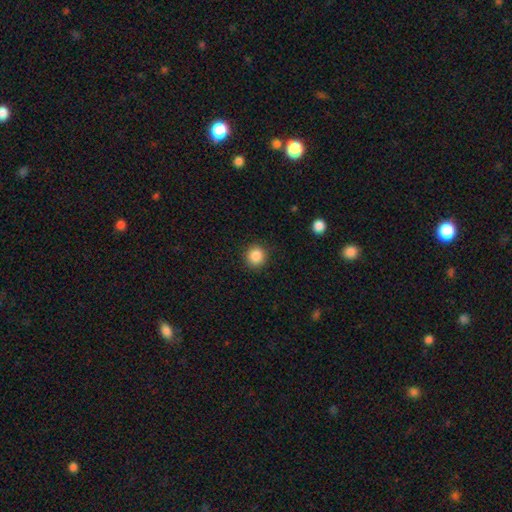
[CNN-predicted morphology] This is clearly a smooth galaxy (87%). How rounded: clearly round (92%). Merging: clearly none (90%).